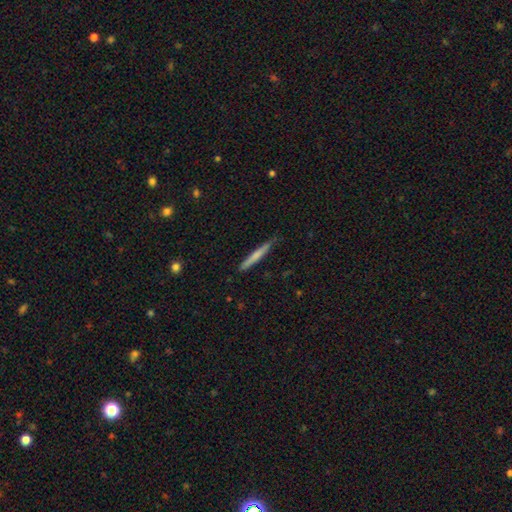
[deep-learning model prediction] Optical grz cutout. It shows a smooth galaxy with no disk features (62%) that is cigar-shaped (96%). Merging: none (84%).